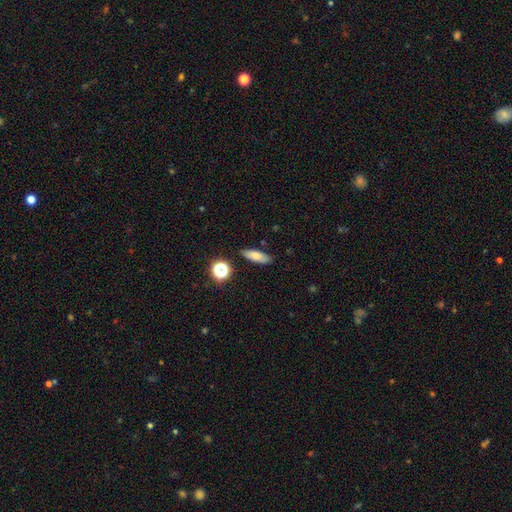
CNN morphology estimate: This is likely a smooth galaxy (75%). How rounded: possibly in between (58%). Merging: clearly none (85%).